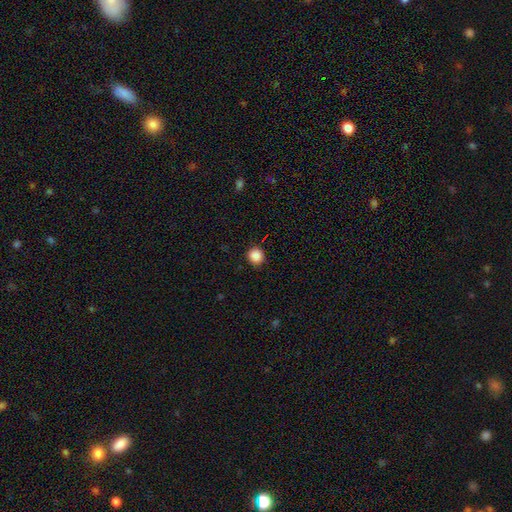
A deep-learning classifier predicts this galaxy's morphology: type=smooth (87%); roundness=round (92%); merging=none (89%).